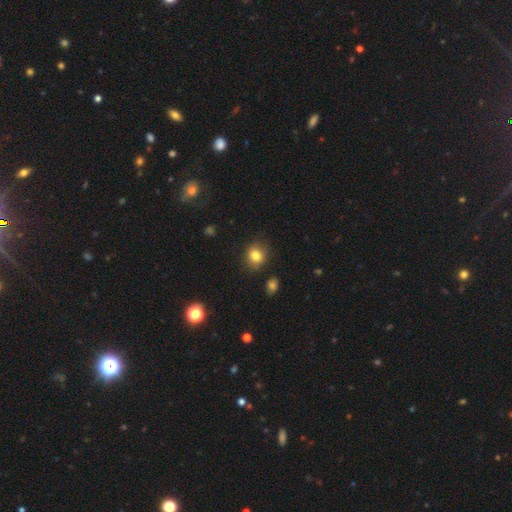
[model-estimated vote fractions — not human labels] Overall: smooth (81%). How rounded: round (74%). Merging: none (85%).